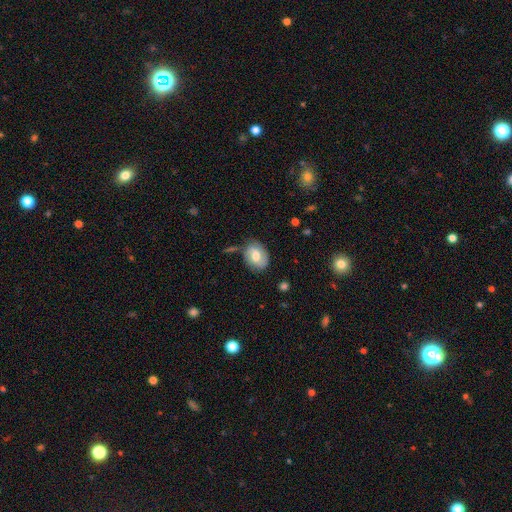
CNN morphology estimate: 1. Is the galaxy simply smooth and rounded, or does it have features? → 60% smooth, 33% featured or disk, 7% star or artifact.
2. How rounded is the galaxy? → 68% in between, 31% round, 1% cigar-shaped.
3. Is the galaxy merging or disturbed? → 72% none, 19% minor disturbance, 5% major disturbance, 4% merger.